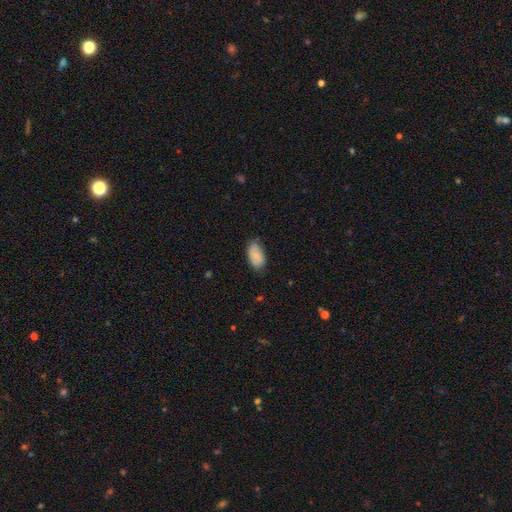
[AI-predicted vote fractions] Morphology: type=smooth (78%); roundness=in between (94%); merging=none (74%).